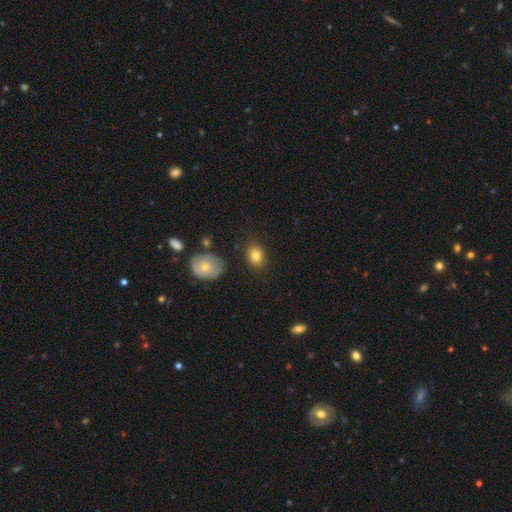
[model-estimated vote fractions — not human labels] smooth 80%, featured or disk 11%, star or artifact 9%. Down the decision tree: how rounded — in between (64%); merging — none (82%).